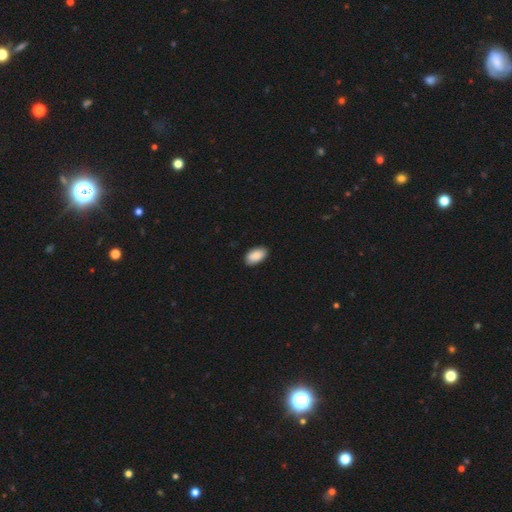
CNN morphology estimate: smooth-or-featured: smooth: 90% | star or artifact: 6% | featured or disk: 4%
  how-rounded: in between: 95% | round: 3% | cigar-shaped: 2%
  merging: none: 88% | minor disturbance: 9% | major disturbance: 2% | merger: 1%